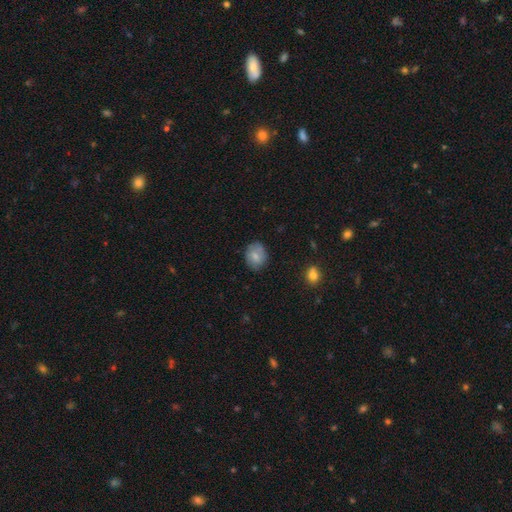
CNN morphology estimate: This appears to be a smooth galaxy with no disk features (75%) that is round (51%). Merging: none (75%).